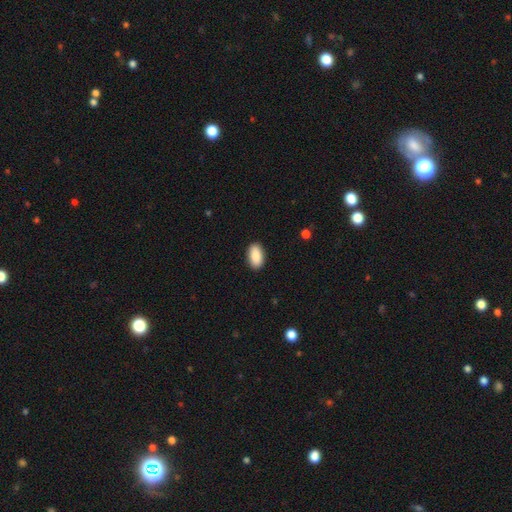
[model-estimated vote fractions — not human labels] Morphology: type=smooth (89%); roundness=in between (93%); merging=none (90%).